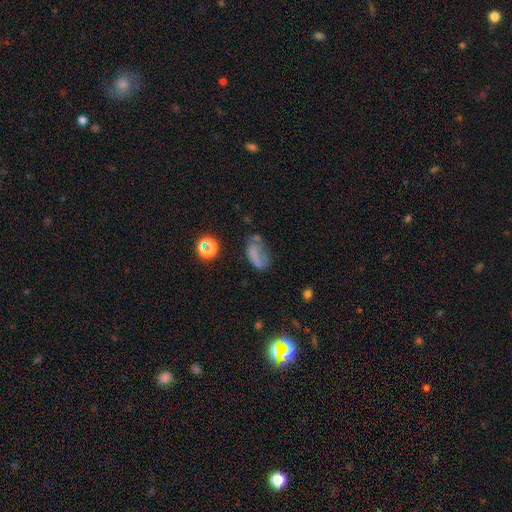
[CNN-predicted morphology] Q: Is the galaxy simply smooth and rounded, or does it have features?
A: smooth — 60%.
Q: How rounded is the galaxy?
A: in between — 84%.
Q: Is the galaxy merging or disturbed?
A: none — 36%.